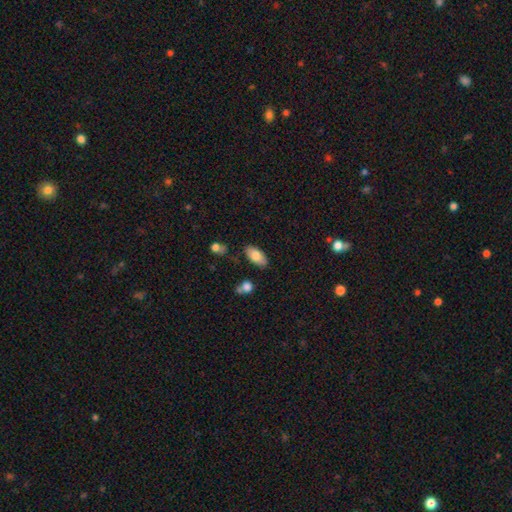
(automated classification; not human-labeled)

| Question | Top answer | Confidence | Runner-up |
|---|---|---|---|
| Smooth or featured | smooth | 80% | featured or disk (13%) |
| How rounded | in between | 92% | cigar-shaped (5%) |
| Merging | none | 82% | minor disturbance (12%) |